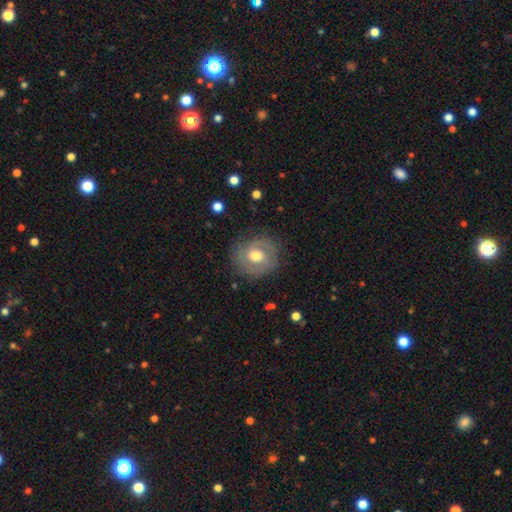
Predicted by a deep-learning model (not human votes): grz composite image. It shows a featured or disk galaxy (58%) with no bar (64%), spiral arms (66%) and a moderate central bulge (76%). Merging: none (77%).